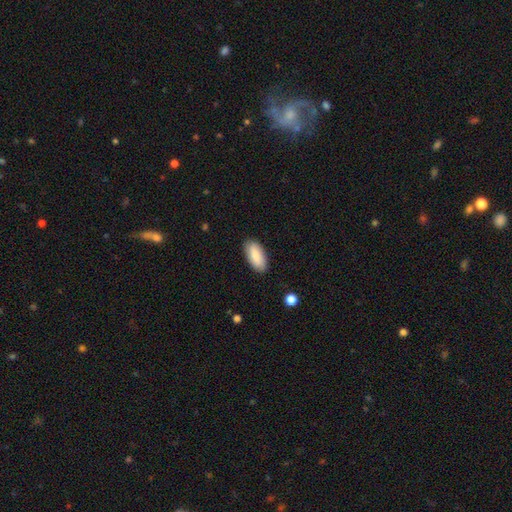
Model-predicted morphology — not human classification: smooth_or_featured: smooth (p=0.85) [alt: featured or disk p=0.09]
how_rounded: in between (p=0.90) [alt: cigar-shaped p=0.09]
merging: none (p=0.87) [alt: minor disturbance p=0.10]